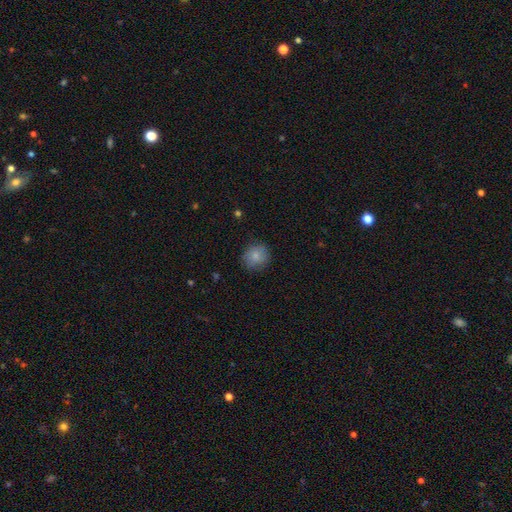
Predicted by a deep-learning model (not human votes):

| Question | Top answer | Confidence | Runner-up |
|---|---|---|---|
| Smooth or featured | smooth | 83% | featured or disk (9%) |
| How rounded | round | 84% | in between (15%) |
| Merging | none | 82% | minor disturbance (13%) |